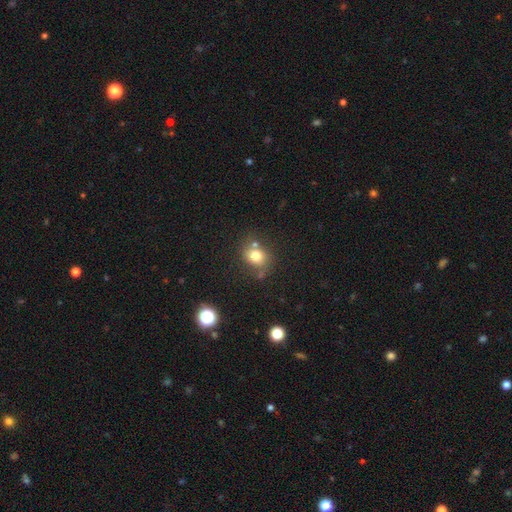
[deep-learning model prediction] Overall: smooth (75%). How rounded: round (64%; in between 35%). Merging: none (64%).